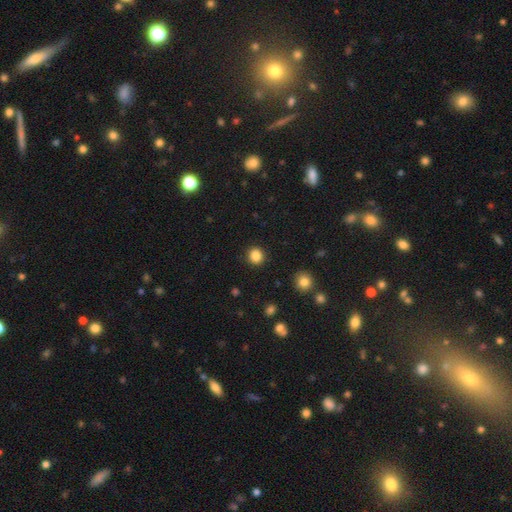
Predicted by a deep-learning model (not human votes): Overall: smooth (85%). How rounded: round (89%). Merging: none (91%).